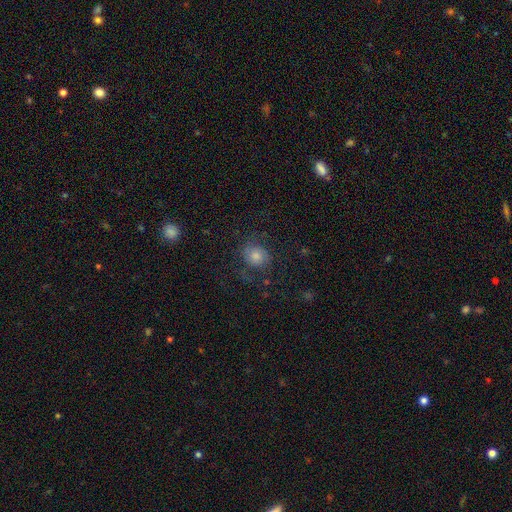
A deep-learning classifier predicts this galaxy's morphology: Q: Smooth or featured?
A: smooth (58%); runner-up: featured or disk (28%)
Q: How rounded?
A: round (75%); runner-up: in between (24%)
Q: Merging?
A: none (71%); runner-up: minor disturbance (16%)